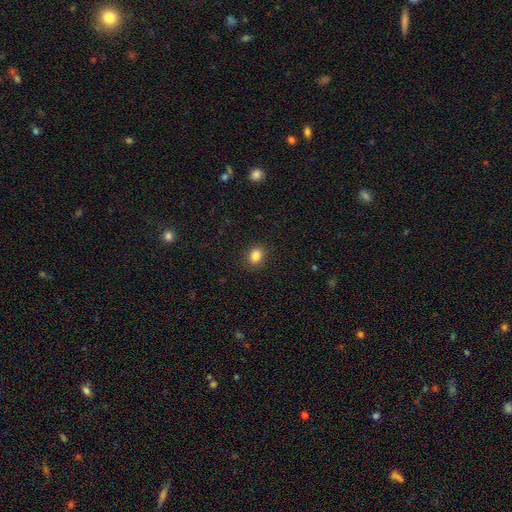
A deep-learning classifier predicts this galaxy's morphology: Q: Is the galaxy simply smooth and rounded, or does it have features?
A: smooth — 84%.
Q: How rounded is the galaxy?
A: round — 61%.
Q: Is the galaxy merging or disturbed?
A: none — 90%.